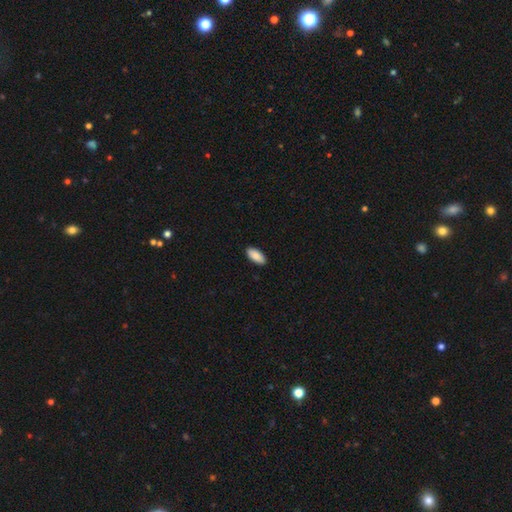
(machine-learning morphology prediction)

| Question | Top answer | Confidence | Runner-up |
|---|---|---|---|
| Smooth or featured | smooth | 89% | star or artifact (6%) |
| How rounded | in between | 90% | cigar-shaped (8%) |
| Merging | none | 90% | minor disturbance (7%) |